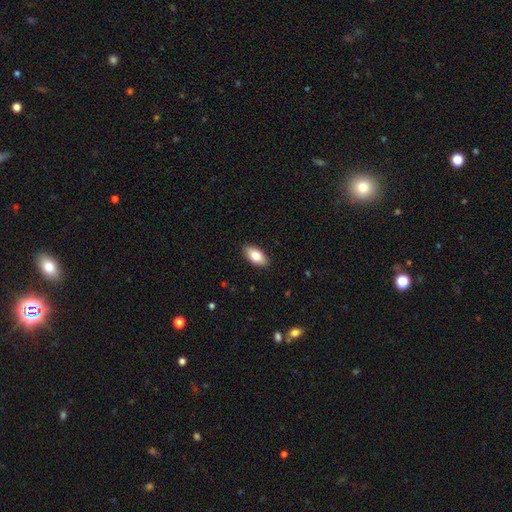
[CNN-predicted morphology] smooth-or-featured: smooth: 80% | featured or disk: 13% | star or artifact: 6%
  how-rounded: in between: 93% | cigar-shaped: 4% | round: 3%
  merging: none: 90% | minor disturbance: 8% | major disturbance: 2% | merger: 1%